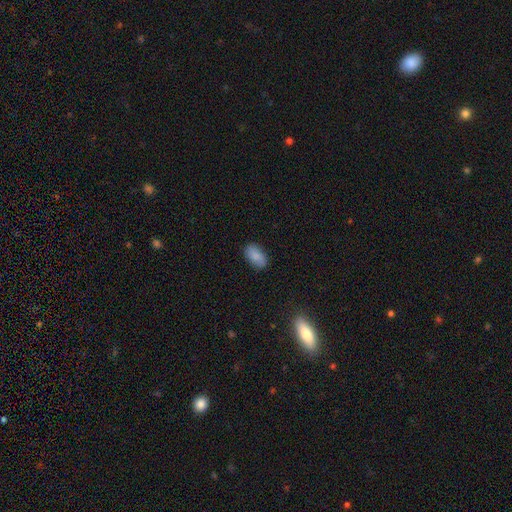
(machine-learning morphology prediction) Q: Smooth or featured?
A: smooth (87%); runner-up: star or artifact (7%)
Q: How rounded?
A: in between (93%); runner-up: round (4%)
Q: Merging?
A: none (85%); runner-up: minor disturbance (12%)